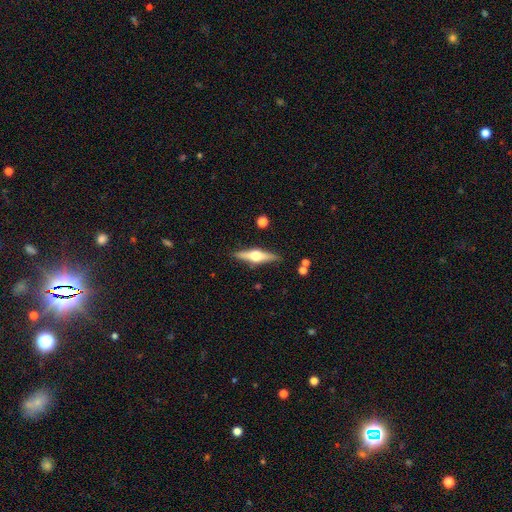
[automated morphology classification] Smooth or featured? Predicted: featured or disk (p=0.70). Edge-on disk? Predicted: yes (p=0.96). Edge-on bulge? Predicted: rounded (p=0.94). Merging? Predicted: none (p=0.88).